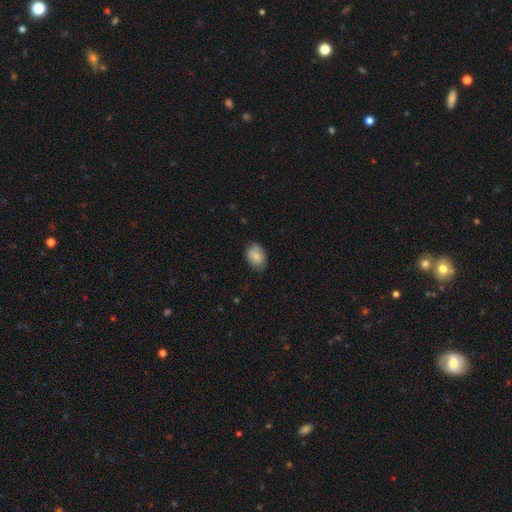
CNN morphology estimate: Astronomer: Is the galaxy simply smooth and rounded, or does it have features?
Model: smooth — 83%.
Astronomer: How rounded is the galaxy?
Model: in between — 74%.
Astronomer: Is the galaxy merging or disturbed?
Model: none — 72%.